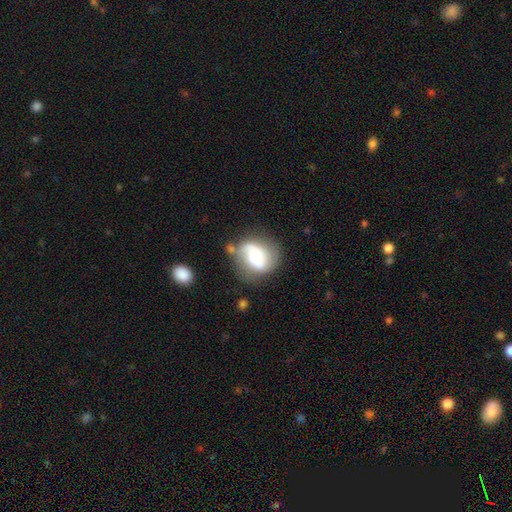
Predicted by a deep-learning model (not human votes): A featured or disk galaxy (57%) with no bar (51%), spiral arms (82%) and a moderate central bulge (62%).

Vote fractions:
- Smooth or featured? featured or disk: 57% / smooth: 36% / star or artifact: 7%
- Edge-on disk? no: 96% / yes: 4%
- Bar? no: 51% / weak: 34% / strong: 15%
- Spiral arms? yes: 82% / no: 18%
- Bulge size? moderate: 62% / small: 22% / large: 12% / dominant: 2% / none: 2%
- Merging? none: 63% / minor disturbance: 21% / major disturbance: 9% / merger: 7%